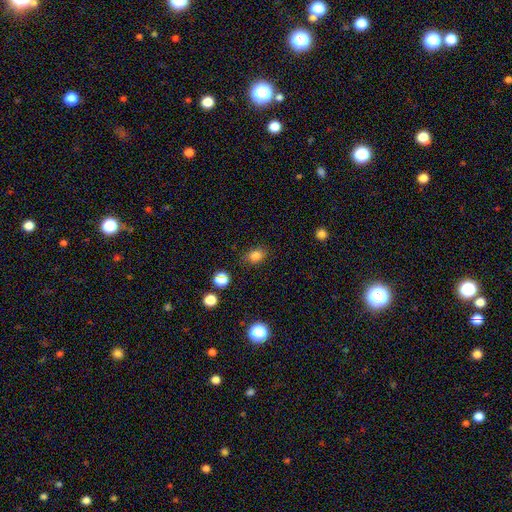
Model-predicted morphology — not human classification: This appears to be a smooth galaxy with no disk features (80%) that is in between round and cigar-shaped (61%). Merging: none (80%).